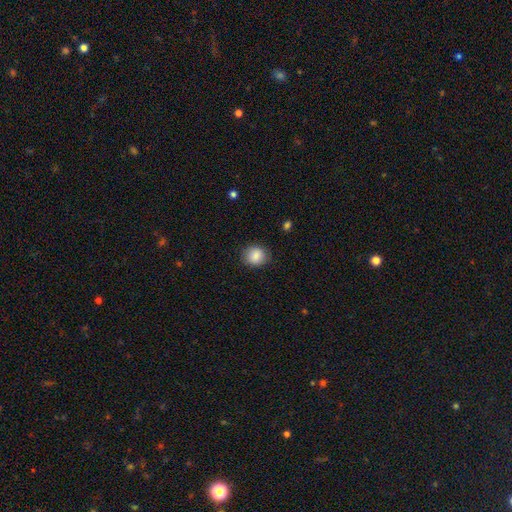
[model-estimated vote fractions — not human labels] The model was most divided on "how rounded": round: 76%, in between: 23%, cigar-shaped: 1%. More confident: smooth or featured — smooth (86%); merging — none (84%).